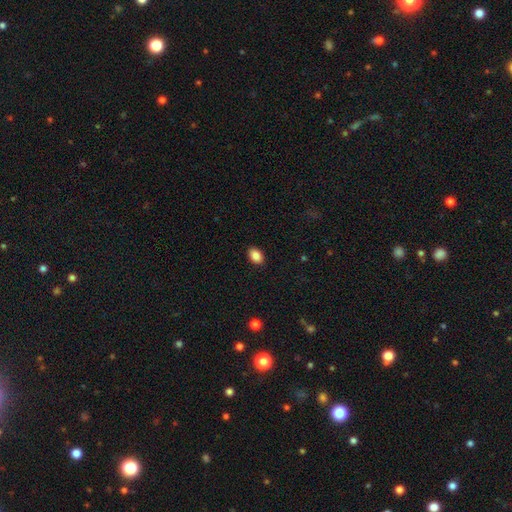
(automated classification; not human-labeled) This appears to be a smooth galaxy with no disk features (88%) that is in between round and cigar-shaped (84%). Merging: none (90%).